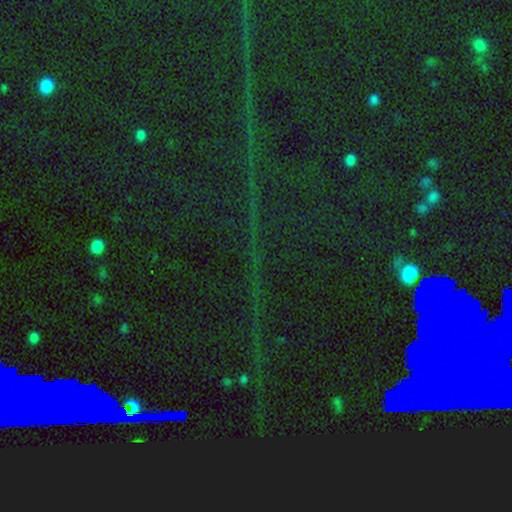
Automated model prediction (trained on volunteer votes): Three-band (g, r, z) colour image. It shows a star or artifact, not a galaxy (82%).